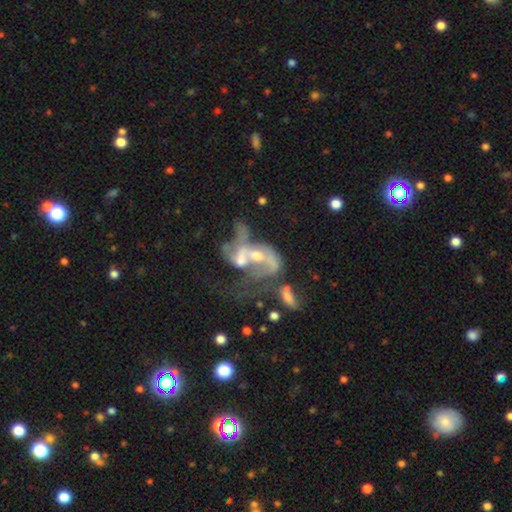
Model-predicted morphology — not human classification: type=featured or disk (71%); edge-on=no (95%); bar=no (65%); spiral arms=yes (56%); bulge=moderate (52%); merging=merger (61%).